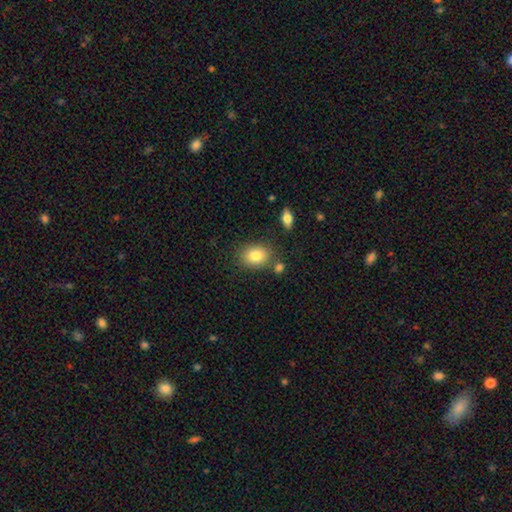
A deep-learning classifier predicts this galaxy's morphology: smooth 82%, featured or disk 9%, star or artifact 9%. Down the decision tree: how rounded — in between (66%); merging — none (75%).